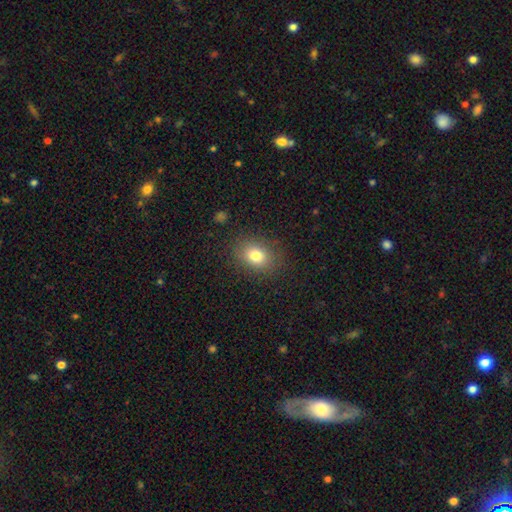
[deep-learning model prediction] A smooth galaxy with no disk features (79%) that is in between round and cigar-shaped (61%).

Vote fractions:
- Smooth or featured? smooth: 79% / star or artifact: 11% / featured or disk: 10%
- How rounded? in between: 61% / round: 38% / cigar-shaped: 1%
- Merging? none: 85% / minor disturbance: 10% / major disturbance: 4% / merger: 1%